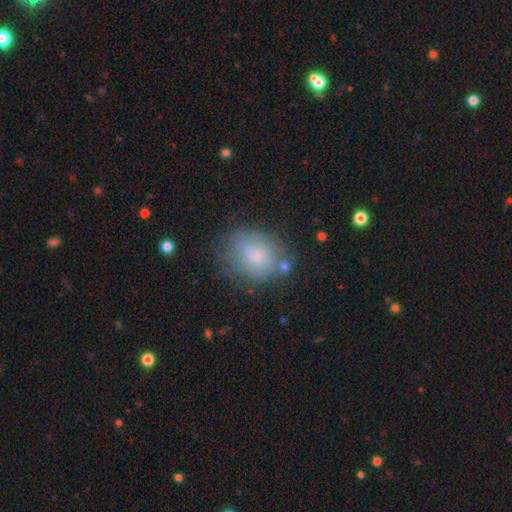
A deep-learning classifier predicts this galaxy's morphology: Smooth or featured? smooth (74%)
How rounded? in between (54%)
Merging? none (64%)